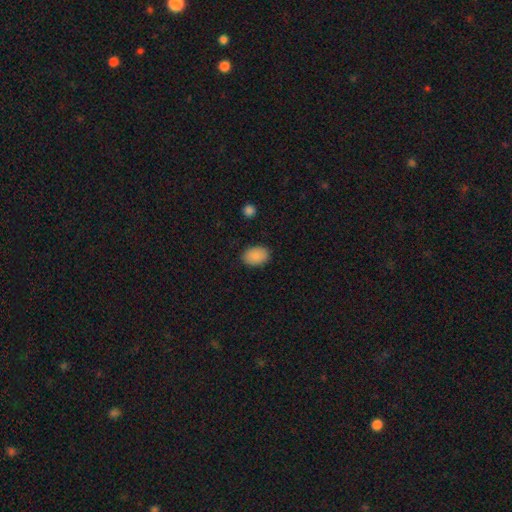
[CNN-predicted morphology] smooth_or_featured: smooth (p=0.89) [alt: star or artifact p=0.07]
how_rounded: in between (p=0.83) [alt: round p=0.16]
merging: none (p=0.88) [alt: minor disturbance p=0.09]